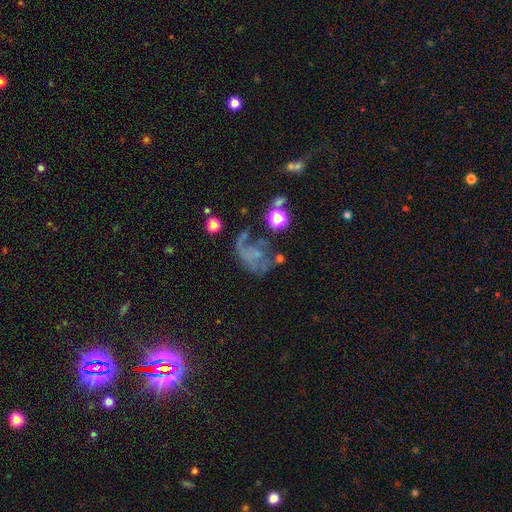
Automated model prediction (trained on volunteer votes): A featured or disk galaxy (58%) with no bar (79%), spiral arms (64%) and no central bulge (52%).

Vote fractions:
- Smooth or featured? featured or disk: 58% / smooth: 24% / star or artifact: 18%
- Edge-on disk? no: 97% / yes: 3%
- Bar? no: 79% / weak: 17% / strong: 4%
- Spiral arms? yes: 64% / no: 36%
- Bulge size? none: 52% / small: 36% / moderate: 9% / large: 2% / dominant: 2%
- Merging? major disturbance: 45% / none: 28% / minor disturbance: 18% / merger: 9%